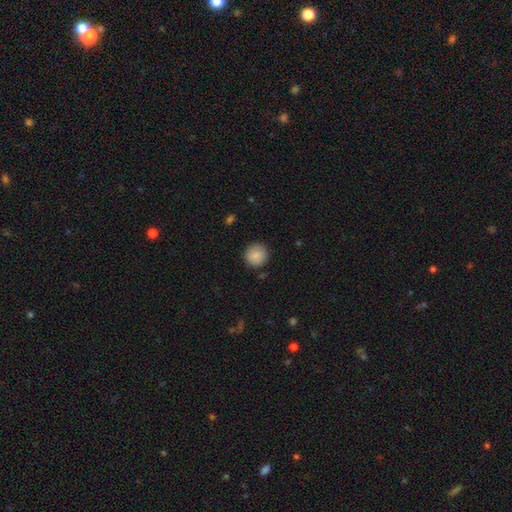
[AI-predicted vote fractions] Morphology: type=smooth (88%); roundness=round (94%); merging=none (89%).